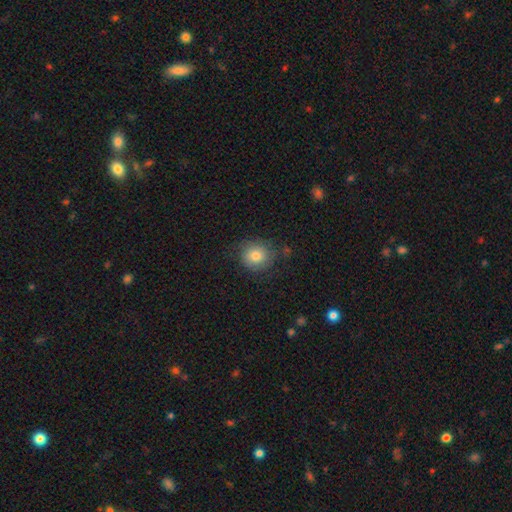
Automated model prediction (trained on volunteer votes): Overall: smooth (78%). How rounded: round (83%). Merging: none (71%).